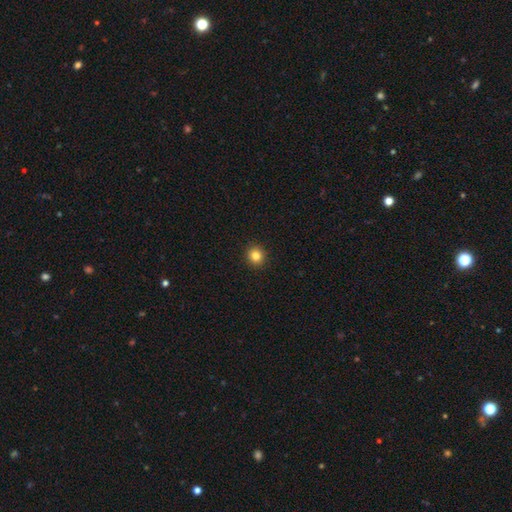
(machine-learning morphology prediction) smooth_or_featured: smooth (p=0.84) [alt: star or artifact p=0.11]
how_rounded: round (p=0.91) [alt: in between p=0.08]
merging: none (p=0.93) [alt: minor disturbance p=0.05]